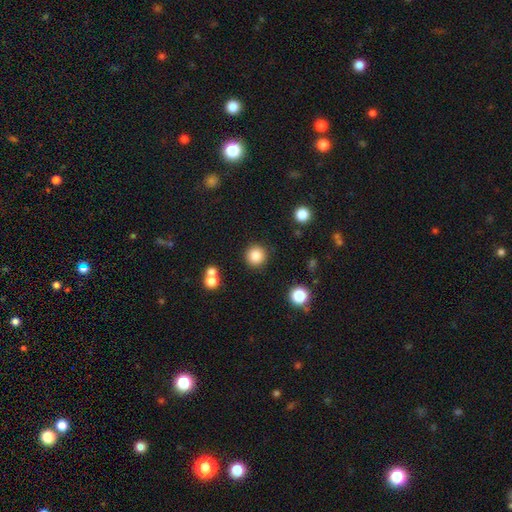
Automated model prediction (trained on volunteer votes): Smooth or featured? smooth (85%)
How rounded? round (95%)
Merging? none (87%)